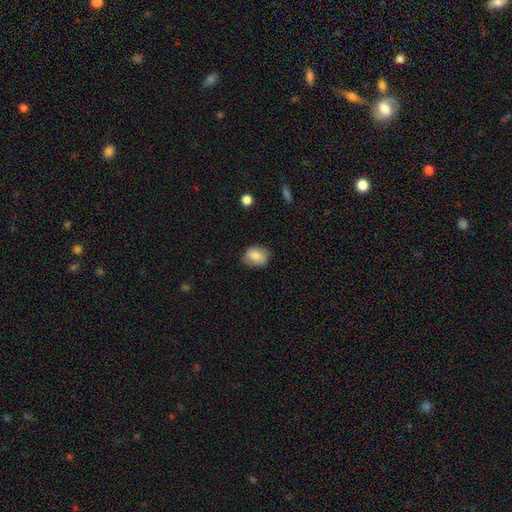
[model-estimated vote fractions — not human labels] A smooth galaxy with no disk features (82%) that is in between round and cigar-shaped (53%). Merging: none (72%).